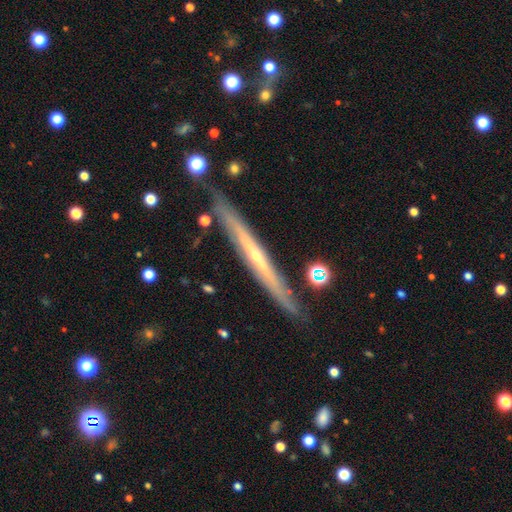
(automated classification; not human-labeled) Smooth or featured? featured or disk (76%)
Edge-on disk? yes (95%)
Edge-on bulge? rounded (56%)
Merging? none (86%)